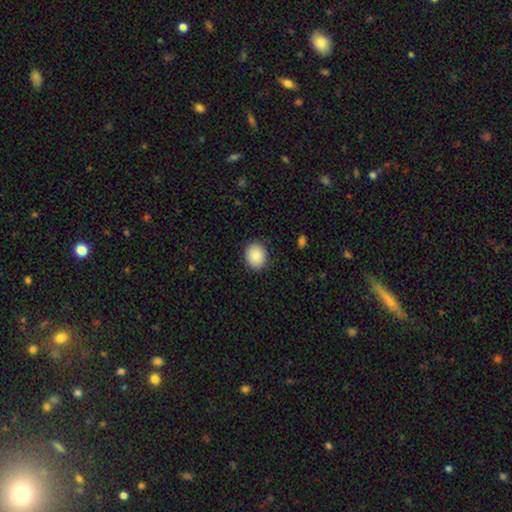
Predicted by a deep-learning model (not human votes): A smooth galaxy with no disk features (89%) that is round (62%). Merging: none (87%).